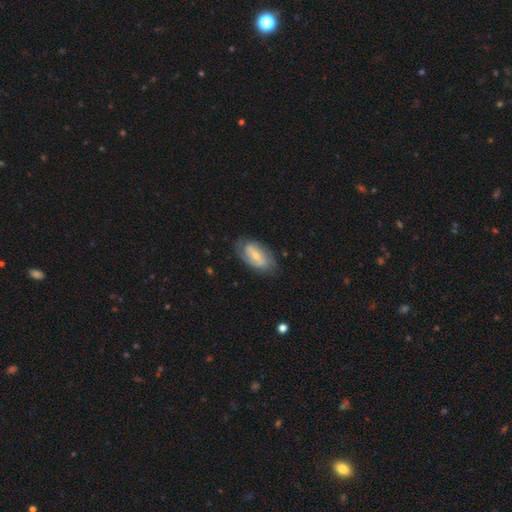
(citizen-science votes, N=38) featured or disk 74%, smooth 26%, star or artifact 0%. Down the decision tree: edge-on disk — no (100%); bar — weak (46%); spiral arms — yes (79%); spiral arm count — 2 (68%); spiral winding — tight (45%); bulge size — moderate (46%, tied with small); merging — none (71%).